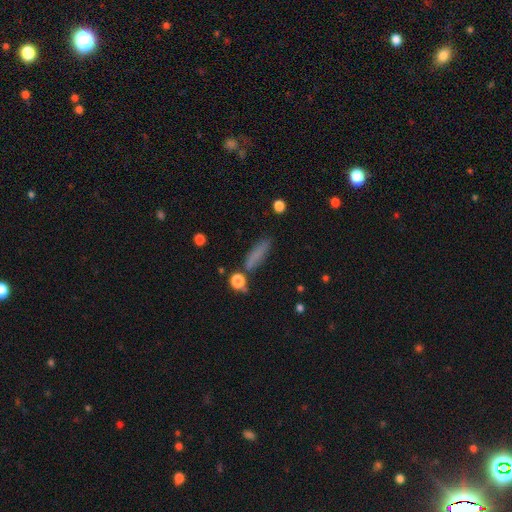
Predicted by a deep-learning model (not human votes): smooth 76%, featured or disk 12%, star or artifact 12%. Down the decision tree: how rounded — cigar-shaped (67%); merging — none (71%).